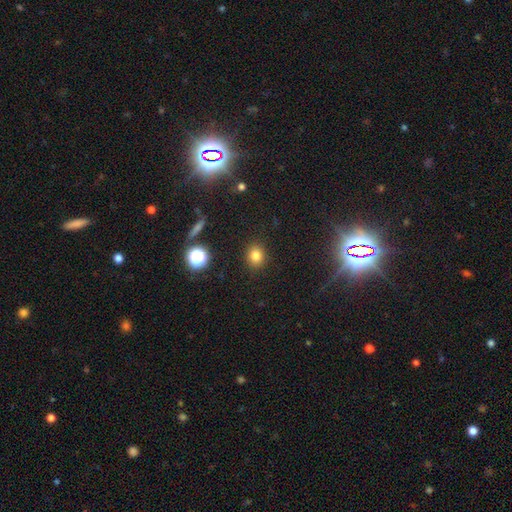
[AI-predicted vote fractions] Smooth or featured?
  - smooth: 80% *
  - star or artifact: 14%
  - featured or disk: 6%
How rounded?
  - round: 72% *
  - in between: 27%
  - cigar-shaped: 1%
Merging?
  - none: 89% *
  - minor disturbance: 7%
  - major disturbance: 2%
  - merger: 1%